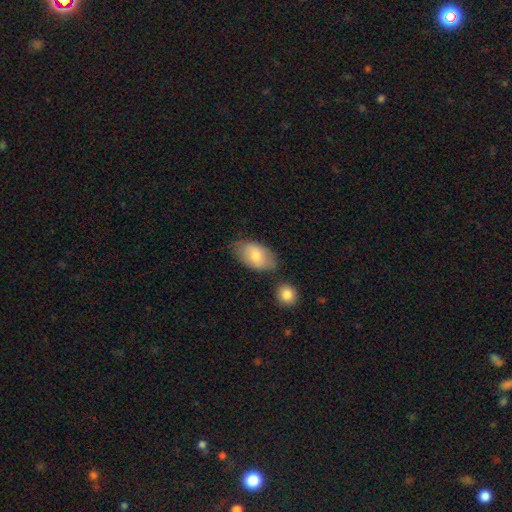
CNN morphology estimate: This is likely a smooth galaxy (76%). How rounded: clearly in between (92%). Merging: likely none (64%).